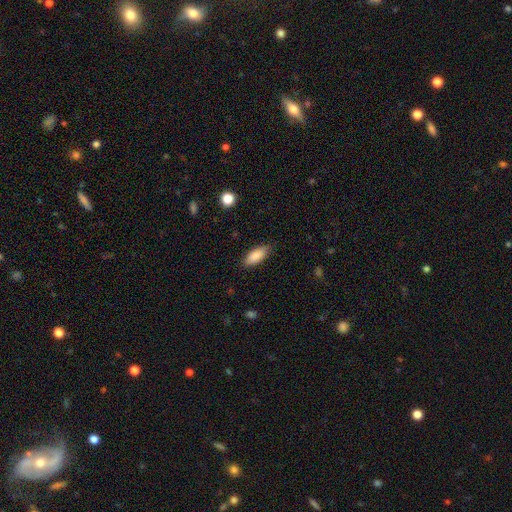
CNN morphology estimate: A smooth galaxy with no disk features (88%) that is in between round and cigar-shaped (81%). Merging: none (84%).